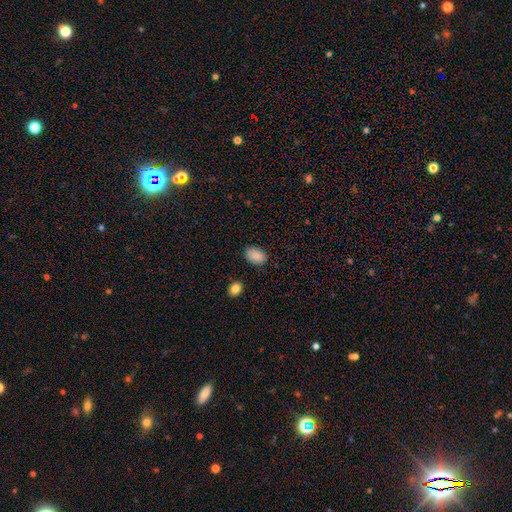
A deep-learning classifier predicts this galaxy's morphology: Overall: smooth (88%). How rounded: in between (81%). Merging: none (84%).